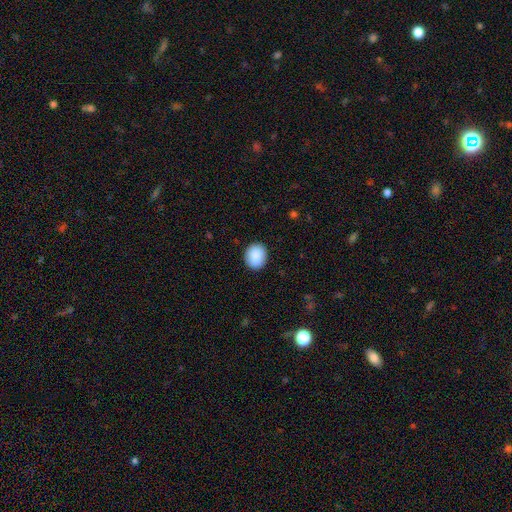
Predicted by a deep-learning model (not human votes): This appears to be a smooth galaxy with no disk features (89%) that is round (65%). Merging: none (89%).